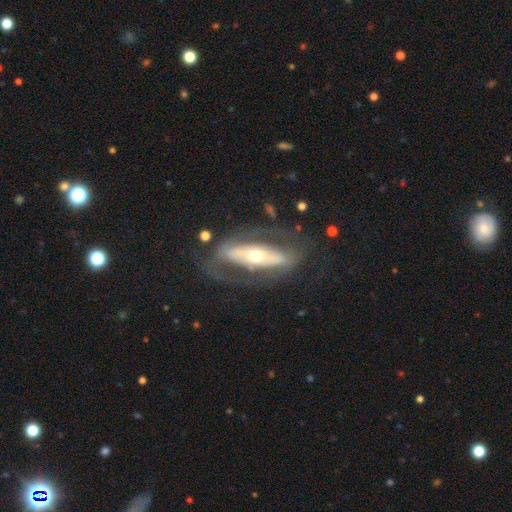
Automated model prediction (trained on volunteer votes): Overall: featured or disk (74%). Edge-on disk: no (76%). Bar: strong (43%; no 41%). Spiral arms: no (52%; yes 48%). Bulge size: moderate (57%; small 31%). Merging: none (65%).